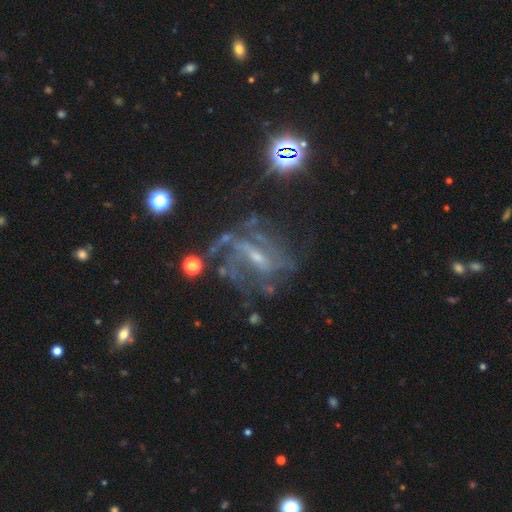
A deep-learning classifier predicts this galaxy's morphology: type=featured or disk (76%); edge-on=no (93%); bar=weak (43%); spiral arms=yes (79%); winding=medium (42%); arm count=can't tell (41%); bulge=small (62%); merging=none (50%).